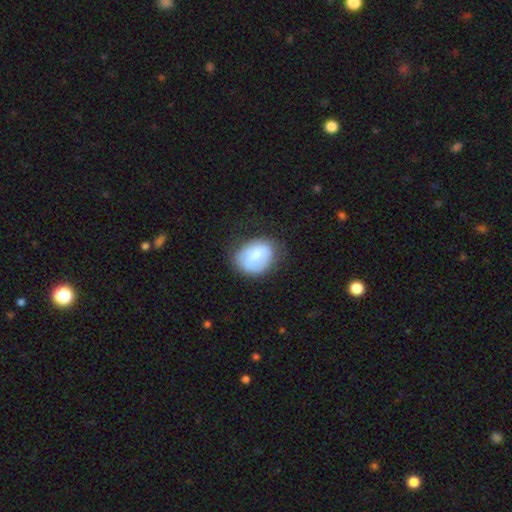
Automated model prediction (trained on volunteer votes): smooth_or_featured: smooth (p=0.68) [alt: featured or disk p=0.25]
how_rounded: in between (p=0.65) [alt: round p=0.34]
merging: none (p=0.62) [alt: minor disturbance p=0.26]